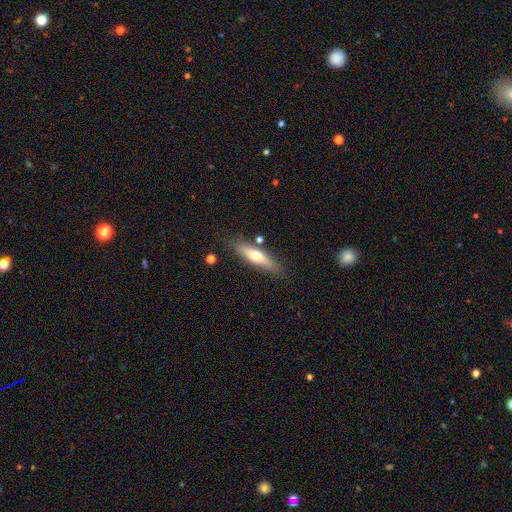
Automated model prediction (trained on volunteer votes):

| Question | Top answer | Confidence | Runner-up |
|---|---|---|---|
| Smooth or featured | smooth | 55% | featured or disk (39%) |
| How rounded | cigar-shaped | 72% | in between (26%) |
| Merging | none | 80% | minor disturbance (13%) |